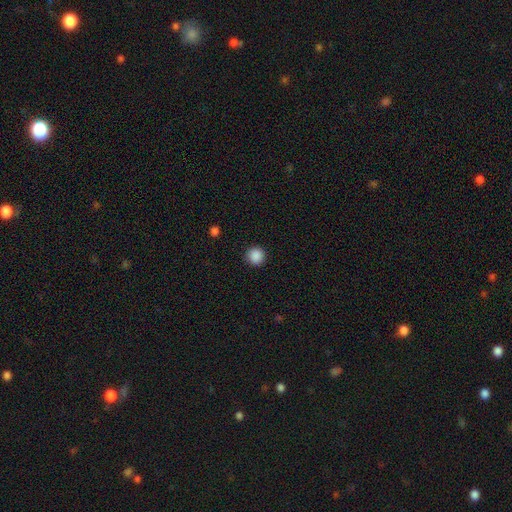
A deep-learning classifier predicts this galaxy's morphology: A smooth galaxy with no disk features (88%) that is round (95%). Merging: none (92%).